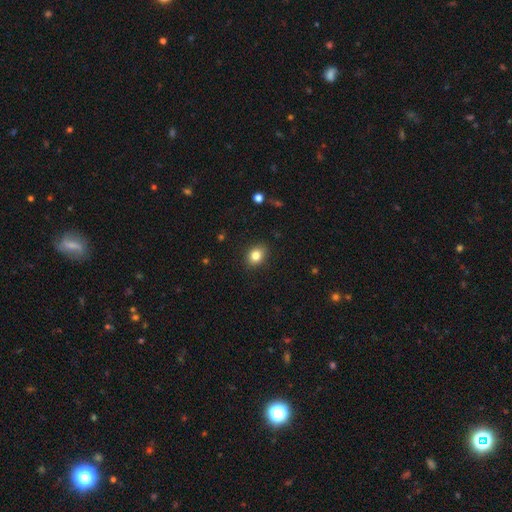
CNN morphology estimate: Smooth or featured? Predicted: smooth (p=0.82). How rounded? Predicted: in between (p=0.56). Merging? Predicted: none (p=0.88).